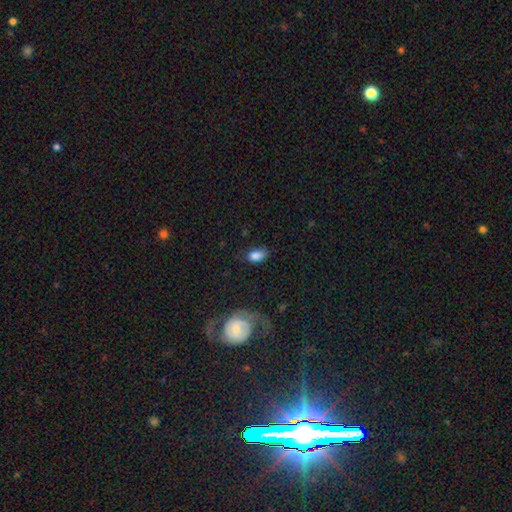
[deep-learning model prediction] This appears to be a smooth galaxy with no disk features (83%) that is in between round and cigar-shaped (91%). Merging: none (69%).